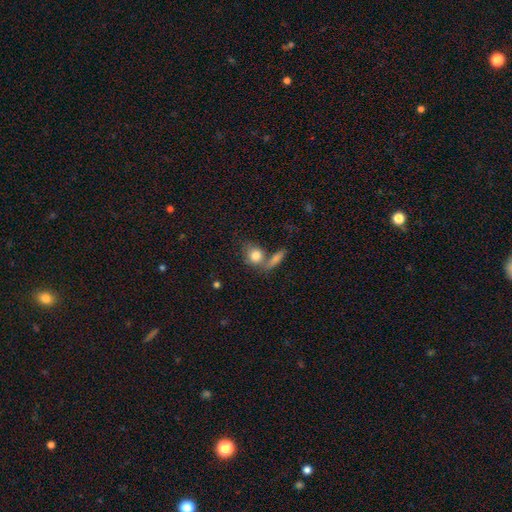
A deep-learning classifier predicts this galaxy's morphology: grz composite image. It shows a smooth galaxy with no disk features (80%) that is round (52%). Merging: none (41%).